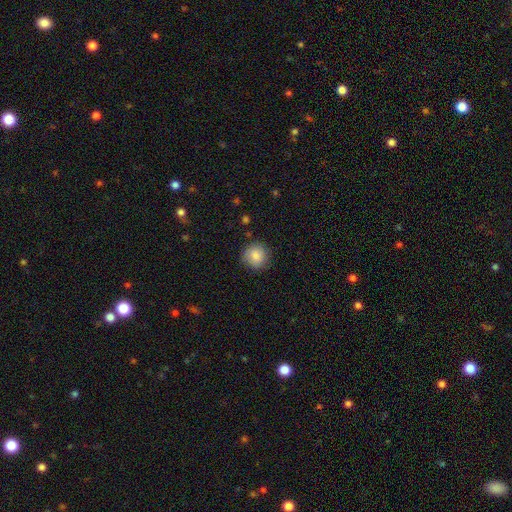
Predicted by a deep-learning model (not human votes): This is clearly a smooth galaxy (85%). How rounded: clearly round (93%). Merging: clearly none (85%).